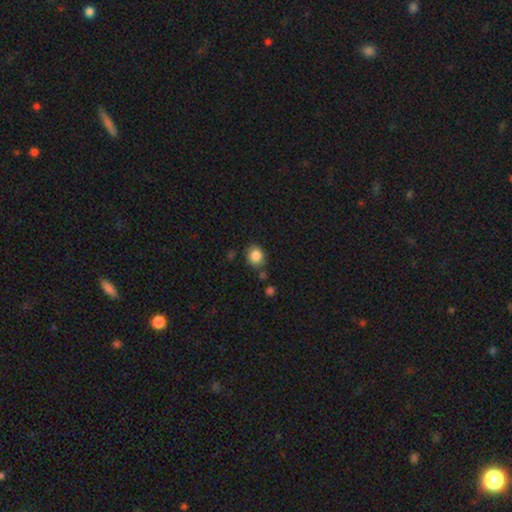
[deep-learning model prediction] smooth_or_featured: smooth (p=0.85) [alt: star or artifact p=0.10]
how_rounded: round (p=0.69) [alt: in between p=0.30]
merging: none (p=0.78) [alt: minor disturbance p=0.13]